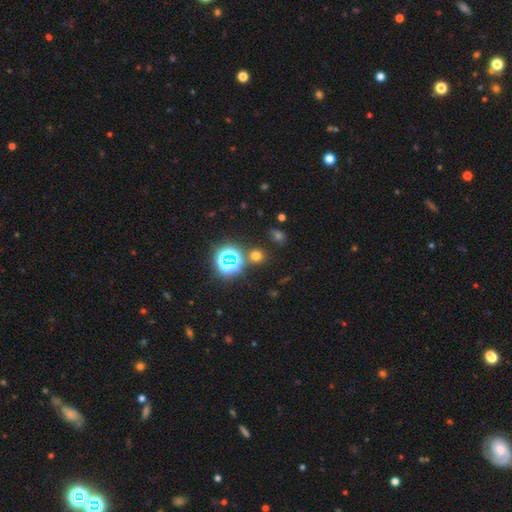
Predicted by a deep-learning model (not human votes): Morphology: type=smooth (60%); roundness=round (86%); merging=none (82%).